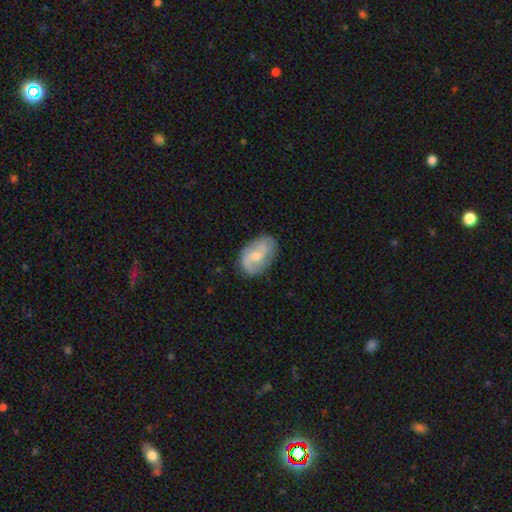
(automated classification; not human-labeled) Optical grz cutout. It shows a featured or disk galaxy (63%) with no bar (49%), 2 (77%) loose (45%) spiral arms (85%) and a small central bulge (48%). Merging: none (73%).